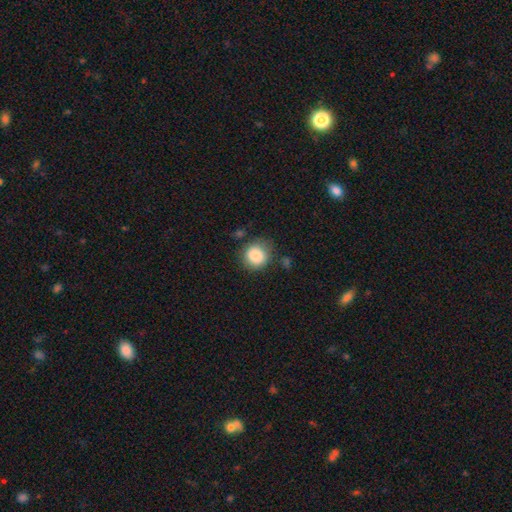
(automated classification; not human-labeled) Morphology: type=smooth (86%); roundness=round (82%); merging=none (70%).